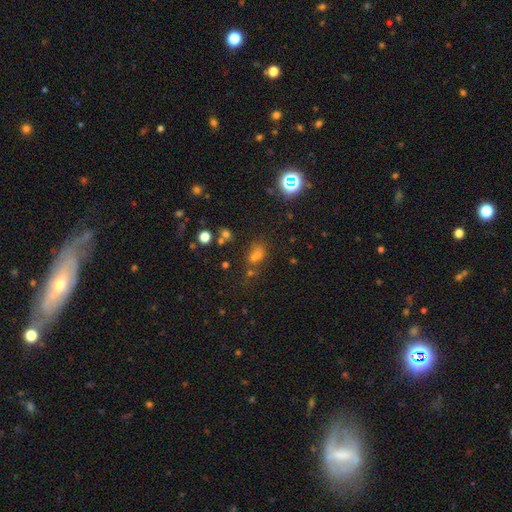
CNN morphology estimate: A smooth galaxy with no disk features (51%) that is in between round and cigar-shaped (62%). Merging: none (56%).